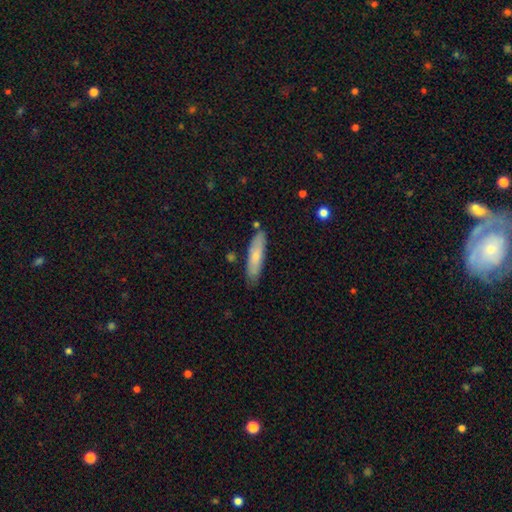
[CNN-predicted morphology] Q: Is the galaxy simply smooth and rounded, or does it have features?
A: smooth — 69%.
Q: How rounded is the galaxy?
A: cigar-shaped — 70%.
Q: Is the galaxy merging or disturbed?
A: none — 80%.